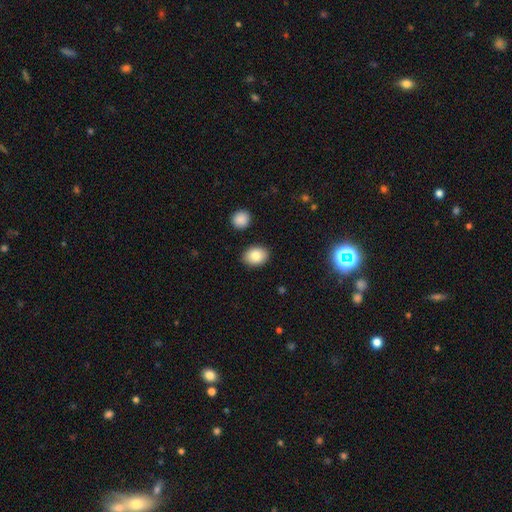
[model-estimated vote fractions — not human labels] Morphology: type=smooth (84%); roundness=in between (68%); merging=none (88%).